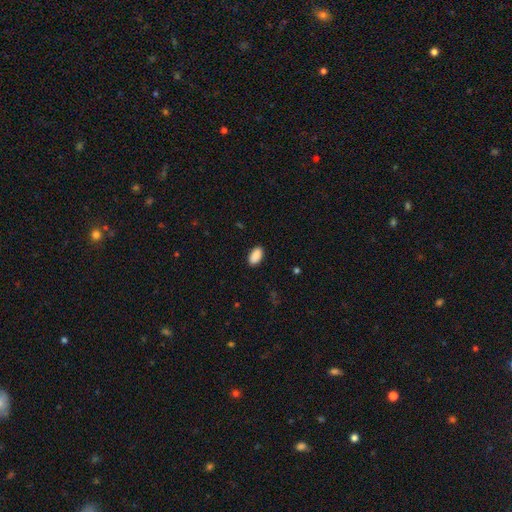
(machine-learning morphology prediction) Smooth or featured? Predicted: smooth (p=0.90). How rounded? Predicted: in between (p=0.94). Merging? Predicted: none (p=0.88).